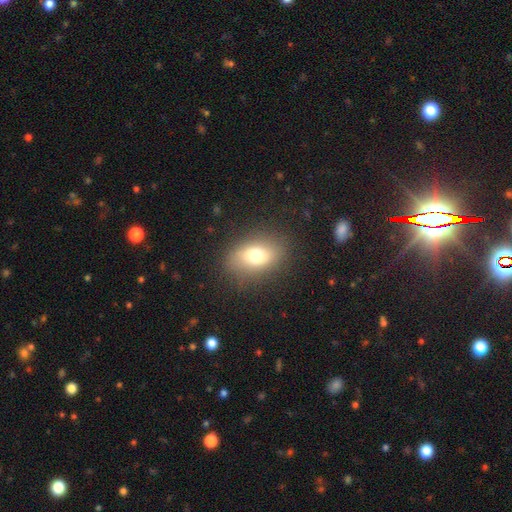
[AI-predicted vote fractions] Morphology: type=smooth (72%); roundness=in between (76%); merging=none (82%).